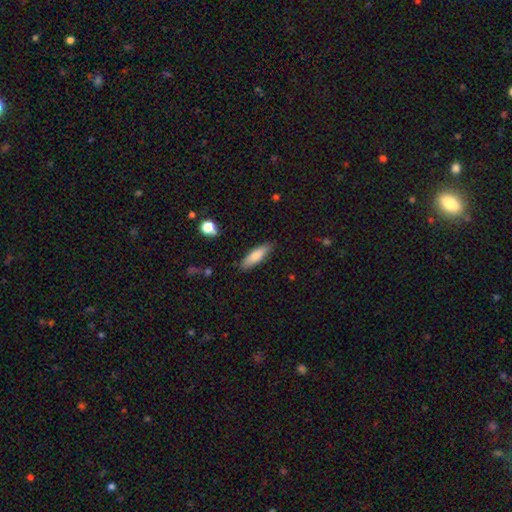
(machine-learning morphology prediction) Smooth or featured: smooth — 77% (featured or disk — 16%)
How rounded: cigar-shaped — 53% (in between — 45%)
Merging: none — 86% (minor disturbance — 11%)